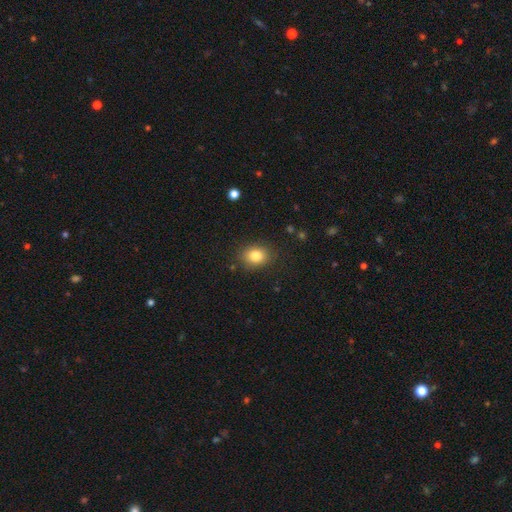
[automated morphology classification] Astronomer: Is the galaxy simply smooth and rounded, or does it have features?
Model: smooth — 82%.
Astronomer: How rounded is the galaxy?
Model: in between — 50% (runner-up: round, 49%).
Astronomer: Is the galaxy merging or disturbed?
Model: none — 85%.